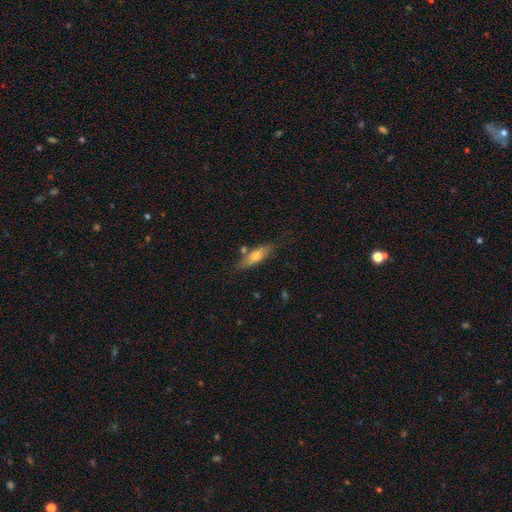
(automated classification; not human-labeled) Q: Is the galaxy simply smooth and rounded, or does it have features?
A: smooth — 60%.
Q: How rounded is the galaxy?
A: cigar-shaped — 49%.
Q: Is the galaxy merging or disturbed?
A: none — 71%.